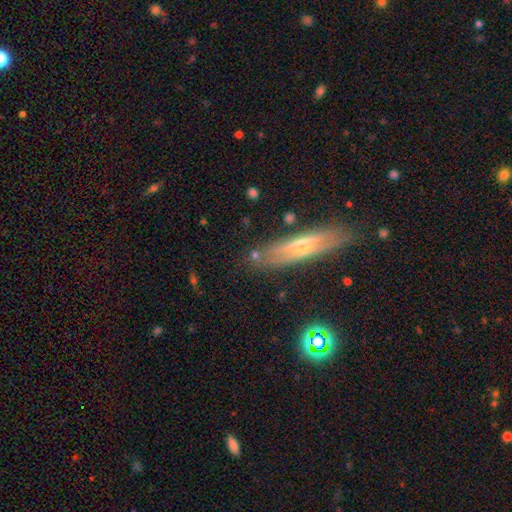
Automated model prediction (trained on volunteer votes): featured or disk 43%, smooth 42%, star or artifact 15%. Down the decision tree: merging — none (79%).